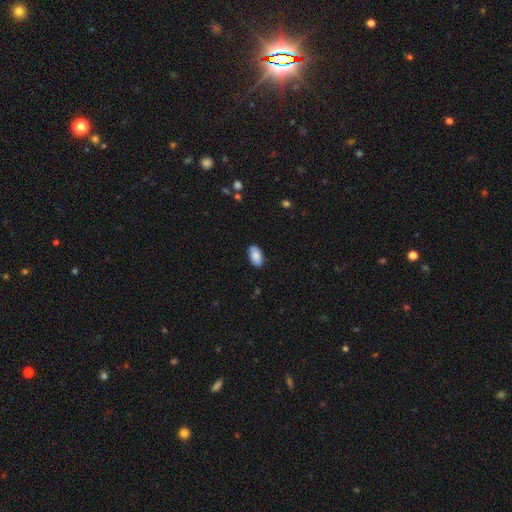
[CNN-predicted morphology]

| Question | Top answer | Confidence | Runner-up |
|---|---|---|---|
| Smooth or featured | smooth | 84% | featured or disk (9%) |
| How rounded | in between | 95% | round (3%) |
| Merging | none | 87% | minor disturbance (10%) |